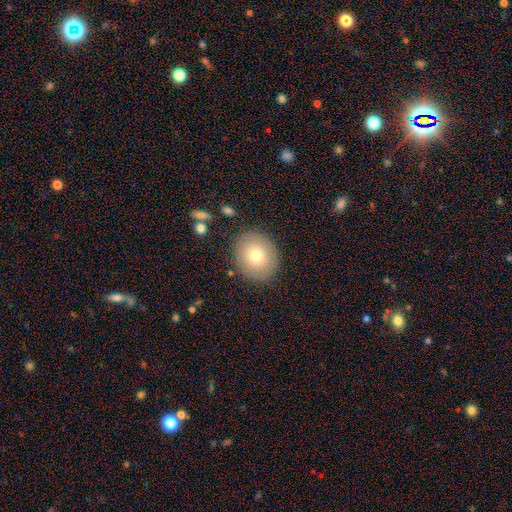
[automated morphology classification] Q: Smooth or featured?
A: smooth (74%); runner-up: featured or disk (17%)
Q: How rounded?
A: round (72%); runner-up: in between (27%)
Q: Merging?
A: none (85%); runner-up: minor disturbance (10%)